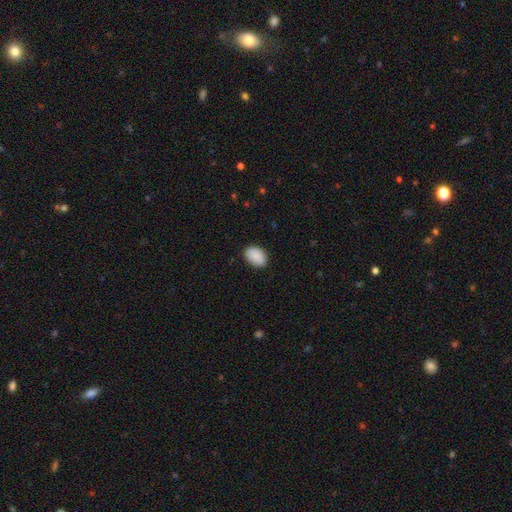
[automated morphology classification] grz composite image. It shows a smooth galaxy with no disk features (90%) that is in between round and cigar-shaped (85%). Merging: none (88%).